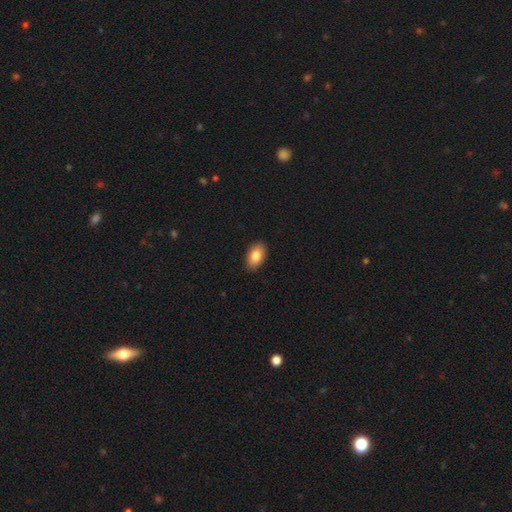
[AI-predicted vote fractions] Smooth or featured: smooth — 85% (featured or disk — 8%)
How rounded: in between — 92% (round — 6%)
Merging: none — 90% (minor disturbance — 8%)